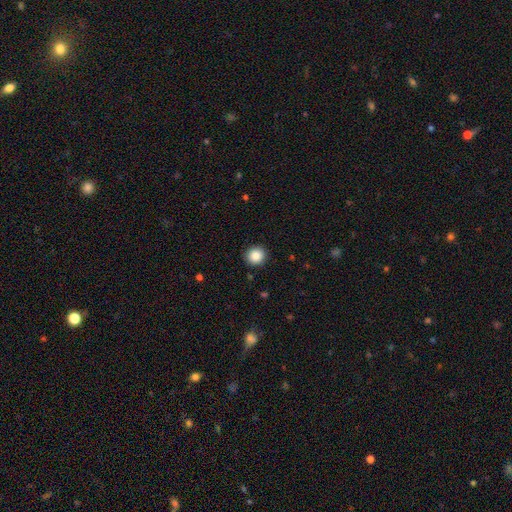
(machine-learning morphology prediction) Smooth or featured?
  - smooth: 86% *
  - star or artifact: 9%
  - featured or disk: 5%
How rounded?
  - round: 91% *
  - in between: 8%
  - cigar-shaped: 1%
Merging?
  - none: 92% *
  - minor disturbance: 5%
  - major disturbance: 2%
  - merger: 1%